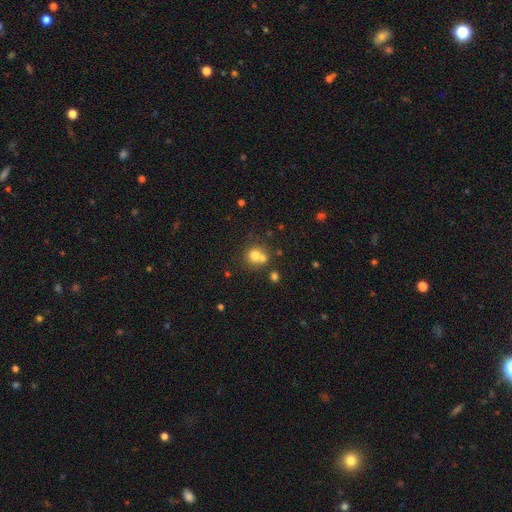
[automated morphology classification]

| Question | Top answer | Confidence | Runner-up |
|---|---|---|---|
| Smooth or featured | smooth | 73% | featured or disk (14%) |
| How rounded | round | 82% | in between (17%) |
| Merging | merger | 45% | none (42%) |